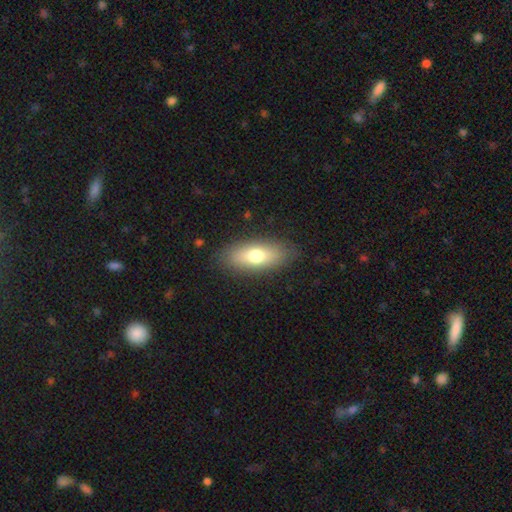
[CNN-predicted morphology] Smooth or featured? Predicted: smooth (p=0.72). How rounded? Predicted: in between (p=0.77). Merging? Predicted: none (p=0.85).